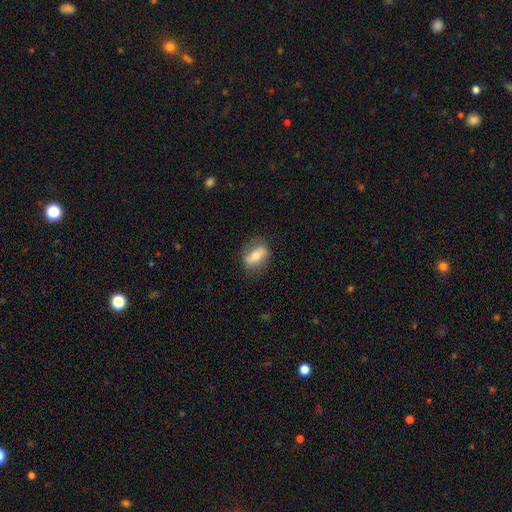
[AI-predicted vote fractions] This is possibly a smooth galaxy (47%). Merging: likely none (76%).